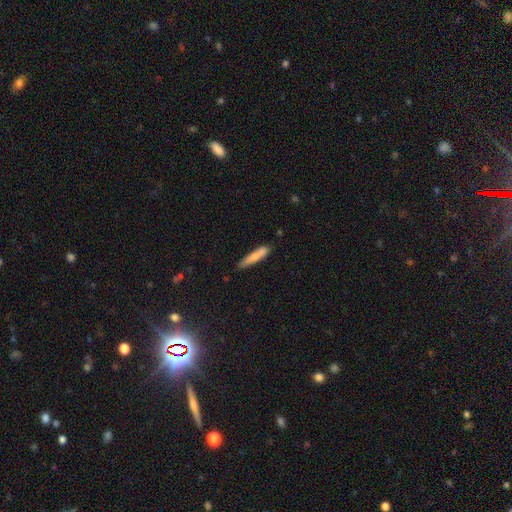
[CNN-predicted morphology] This appears to be a smooth galaxy with no disk features (74%) that is cigar-shaped (88%). Merging: none (70%).